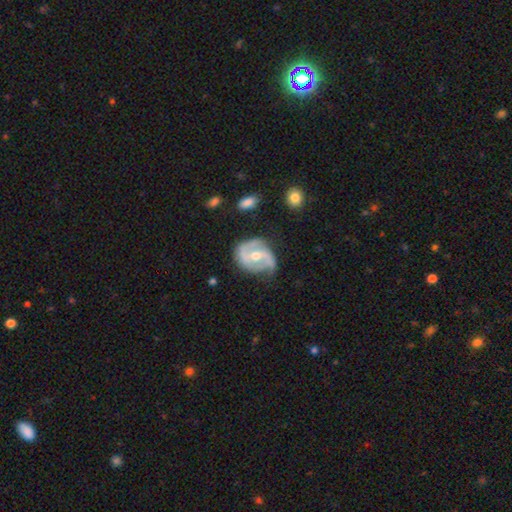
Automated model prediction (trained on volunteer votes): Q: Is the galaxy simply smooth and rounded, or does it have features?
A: featured or disk — 82%.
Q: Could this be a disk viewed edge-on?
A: no — 97%.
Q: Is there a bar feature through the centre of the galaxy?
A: weak — 41%.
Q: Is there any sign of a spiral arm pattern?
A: yes — 90%.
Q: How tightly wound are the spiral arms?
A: medium — 44%.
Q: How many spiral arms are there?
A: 2 — 80%.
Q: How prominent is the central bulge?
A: moderate — 67%.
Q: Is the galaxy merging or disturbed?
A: none — 57%.